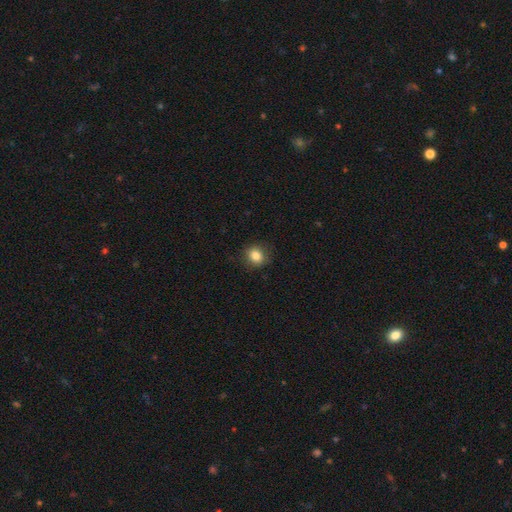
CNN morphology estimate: A smooth galaxy with no disk features (83%) that is round (77%). Merging: none (86%).